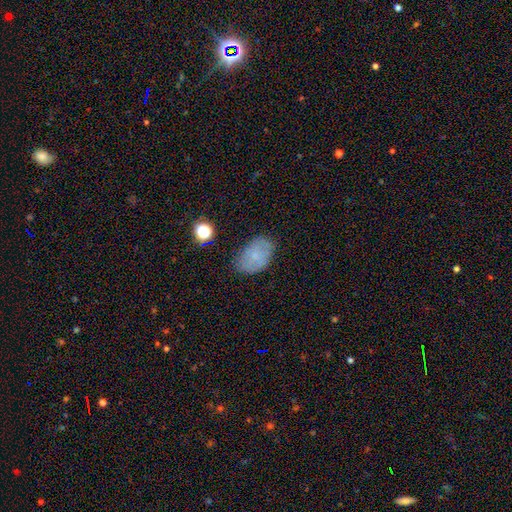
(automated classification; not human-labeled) This appears to be a smooth galaxy with no disk features (64%) that is in between round and cigar-shaped (86%). Merging: none (71%).